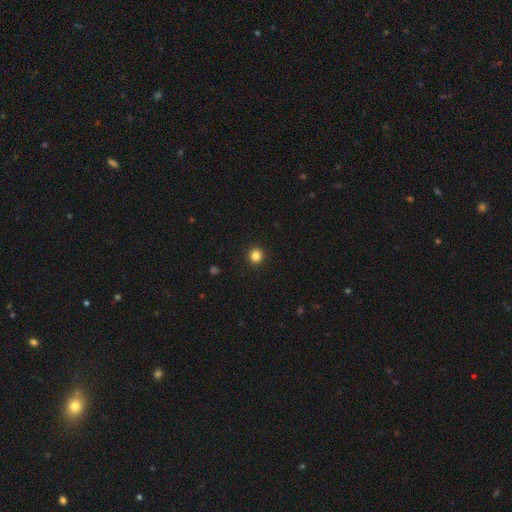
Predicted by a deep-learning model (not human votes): This appears to be a smooth galaxy with no disk features (84%) that is round (94%). Merging: none (94%).